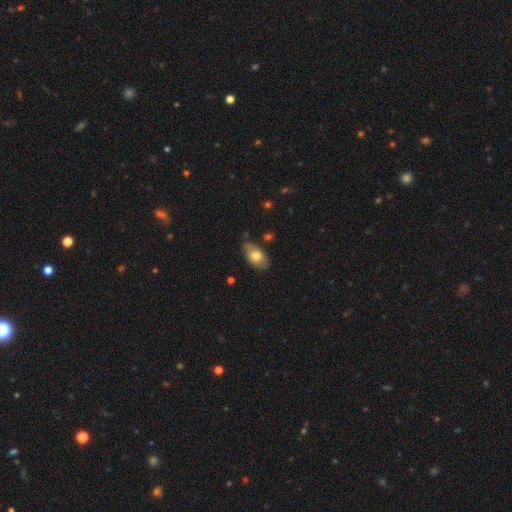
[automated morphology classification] Smooth or featured: smooth — 68% (featured or disk — 25%)
How rounded: in between — 92% (round — 6%)
Merging: none — 69% (minor disturbance — 24%)